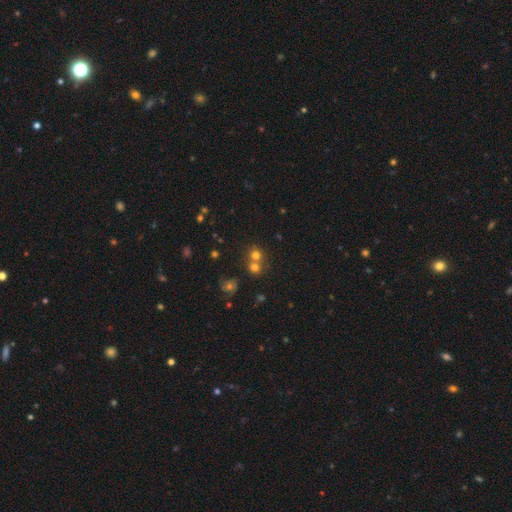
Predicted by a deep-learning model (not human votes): Smooth or featured? Predicted: smooth (p=0.69). How rounded? Predicted: round (p=0.86). Merging? Predicted: none (p=0.50).